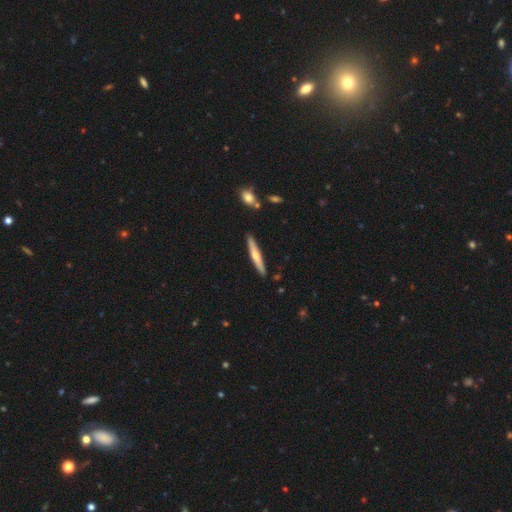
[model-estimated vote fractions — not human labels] smooth_or_featured: featured or disk (p=0.48) [alt: smooth p=0.47]
merging: none (p=0.90) [alt: minor disturbance p=0.07]